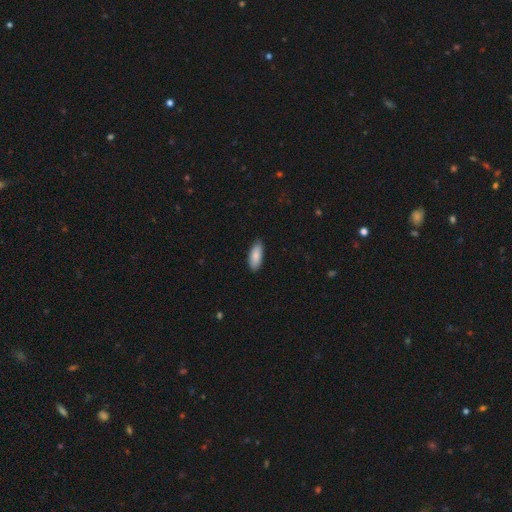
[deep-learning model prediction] Morphology: type=smooth (87%); roundness=in between (79%); merging=none (86%).